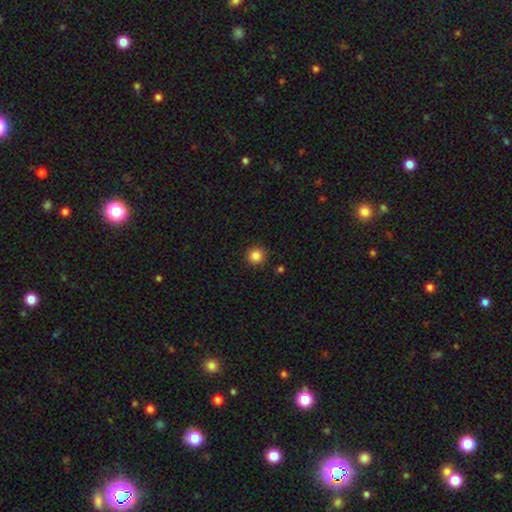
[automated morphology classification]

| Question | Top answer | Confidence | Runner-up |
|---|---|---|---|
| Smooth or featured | smooth | 86% | star or artifact (11%) |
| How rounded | round | 93% | in between (6%) |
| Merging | none | 90% | minor disturbance (6%) |